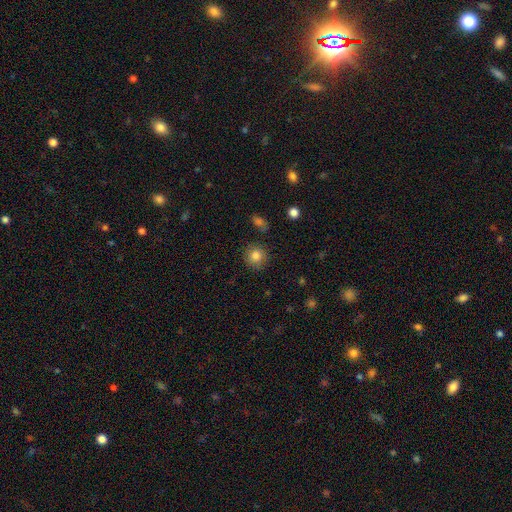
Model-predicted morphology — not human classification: Smooth or featured?
  - smooth: 84% *
  - star or artifact: 10%
  - featured or disk: 6%
How rounded?
  - round: 91% *
  - in between: 8%
  - cigar-shaped: 1%
Merging?
  - none: 86% *
  - minor disturbance: 10%
  - major disturbance: 3%
  - merger: 2%